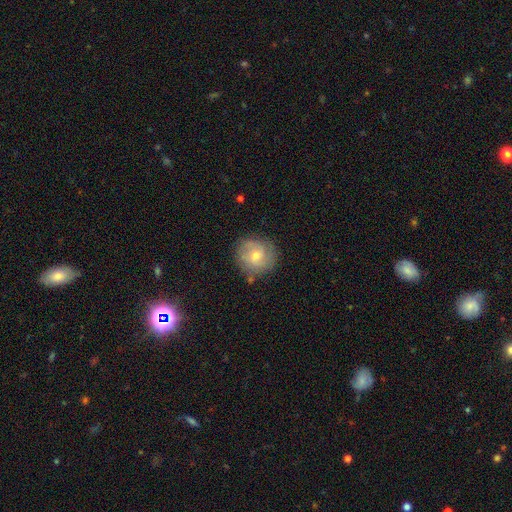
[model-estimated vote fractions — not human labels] Smooth or featured? Predicted: smooth (p=0.46, tied with featured or disk). Merging? Predicted: none (p=0.78).